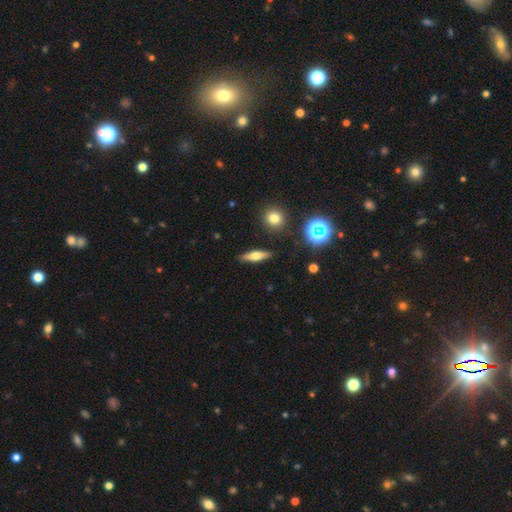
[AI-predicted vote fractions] This appears to be a smooth galaxy with no disk features (55%) that is cigar-shaped (57%). Merging: none (87%).